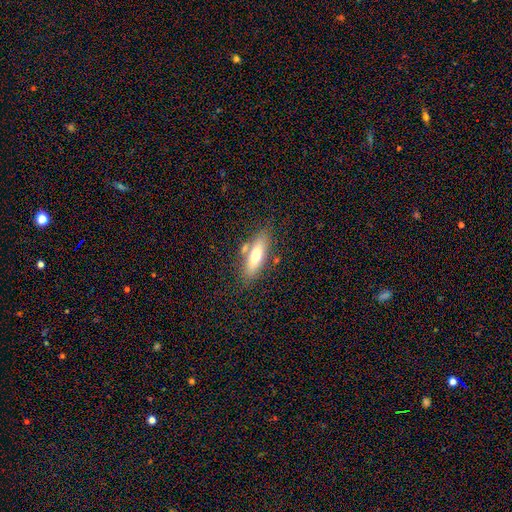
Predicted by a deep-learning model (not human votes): Smooth or featured? Predicted: smooth (p=0.61). How rounded? Predicted: in between (p=0.54). Merging? Predicted: none (p=0.73).